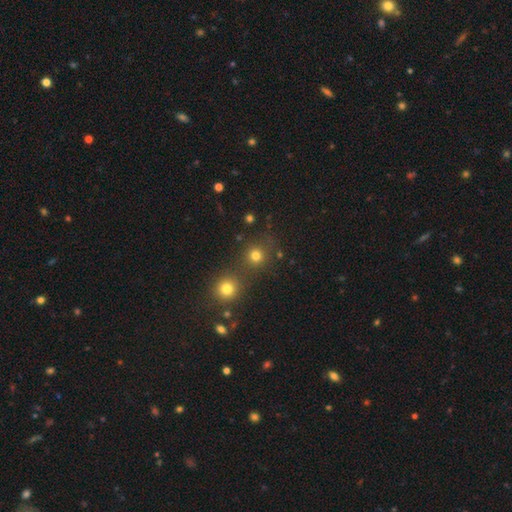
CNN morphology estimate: Smooth or featured? smooth (77%)
How rounded? round (90%)
Merging? none (70%)